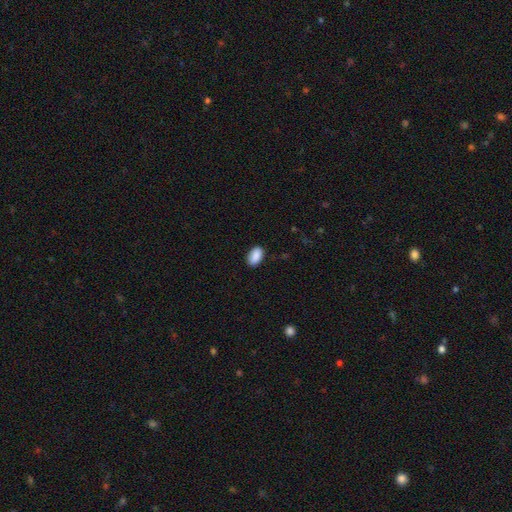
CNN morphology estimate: Smooth or featured: smooth — 90% (star or artifact — 7%)
How rounded: in between — 93% (round — 5%)
Merging: none — 87% (minor disturbance — 10%)